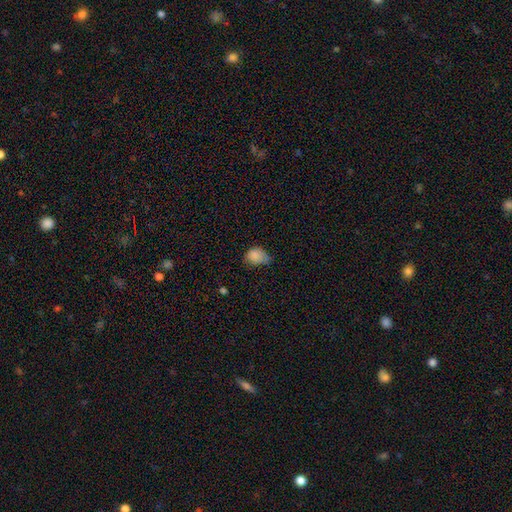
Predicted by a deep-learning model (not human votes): Overall: smooth (82%). How rounded: in between (66%; round 33%). Merging: minor disturbance (48%; none 34%).